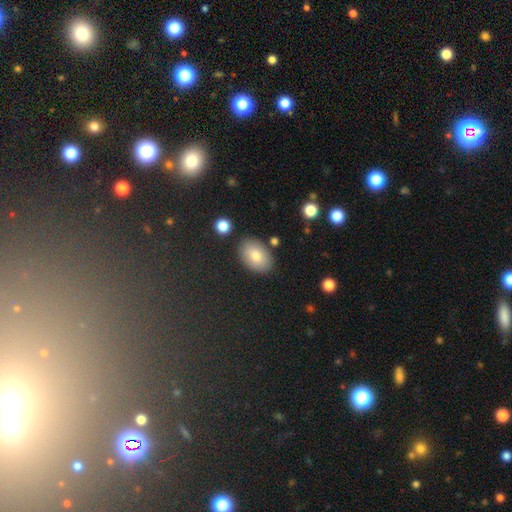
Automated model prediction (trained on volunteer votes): The model was most divided on "smooth or featured": smooth: 81%, featured or disk: 11%, star or artifact: 7%. More confident: how rounded — in between (89%); merging — none (83%).